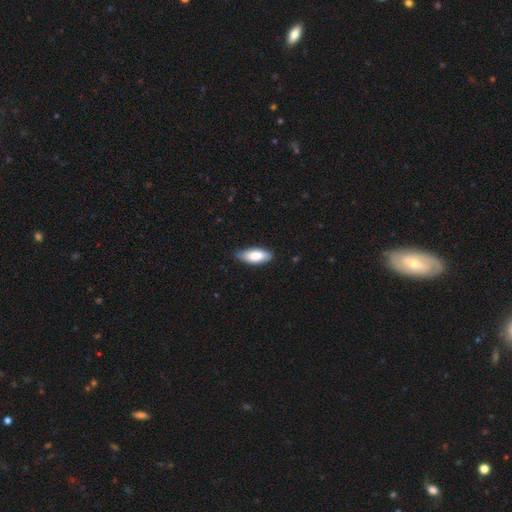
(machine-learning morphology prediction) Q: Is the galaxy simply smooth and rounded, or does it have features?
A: smooth — 81%.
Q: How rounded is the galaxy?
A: in between — 81%.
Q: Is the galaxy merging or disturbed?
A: none — 81%.